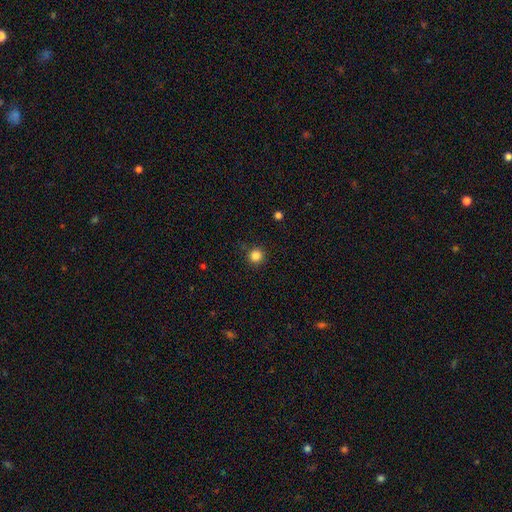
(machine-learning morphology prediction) The model was most divided on "smooth or featured": smooth: 84%, star or artifact: 12%, featured or disk: 3%. More confident: how rounded — round (95%); merging — none (90%).